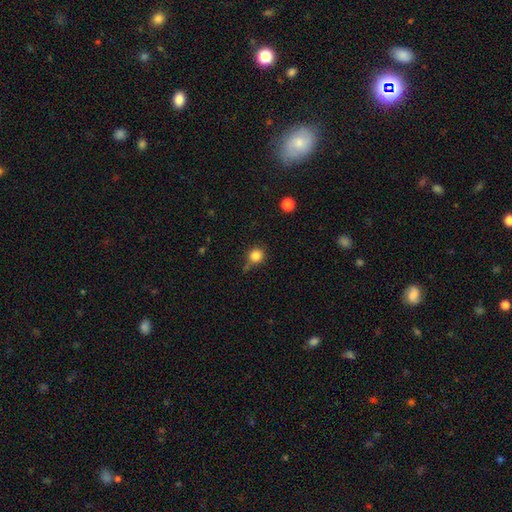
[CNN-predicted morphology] This appears to be a smooth galaxy with no disk features (84%) that is round (93%). Merging: none (72%).